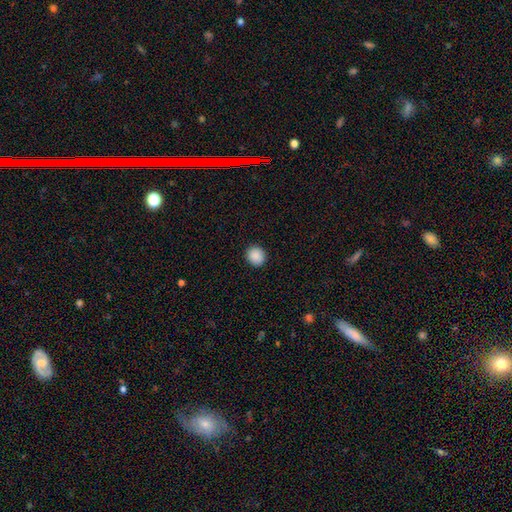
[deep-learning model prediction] This is clearly a smooth galaxy (89%). How rounded: clearly round (82%). Merging: clearly none (91%).